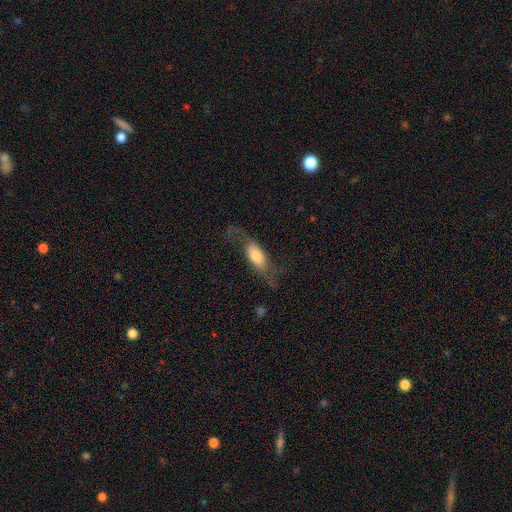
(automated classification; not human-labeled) Smooth or featured? Predicted: smooth (p=0.49). Merging? Predicted: none (p=0.49).